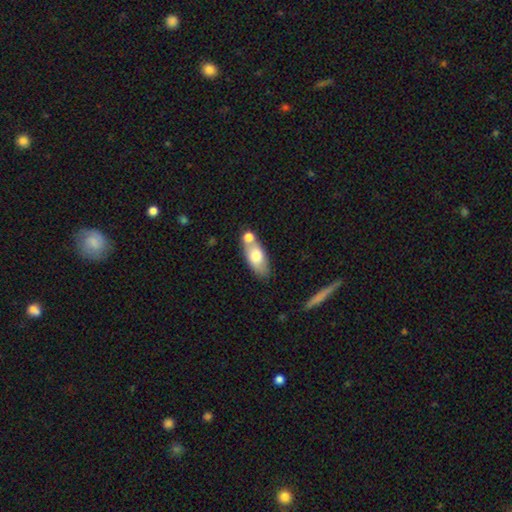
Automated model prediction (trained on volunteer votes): Smooth or featured?
  - smooth: 69% *
  - featured or disk: 25%
  - star or artifact: 6%
How rounded?
  - in between: 79% *
  - cigar-shaped: 17%
  - round: 4%
Merging?
  - none: 54% *
  - merger: 28%
  - minor disturbance: 14%
  - major disturbance: 4%